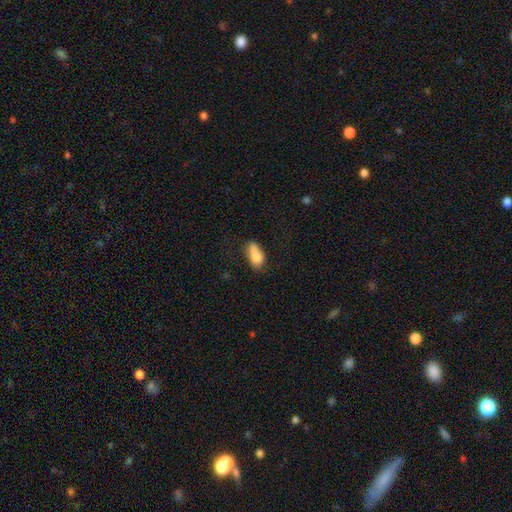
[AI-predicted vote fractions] smooth-or-featured: smooth: 75% | featured or disk: 16% | star or artifact: 9%
  how-rounded: in between: 83% | round: 9% | cigar-shaped: 8%
  merging: merger: 36% | none: 33% | minor disturbance: 21% | major disturbance: 10%